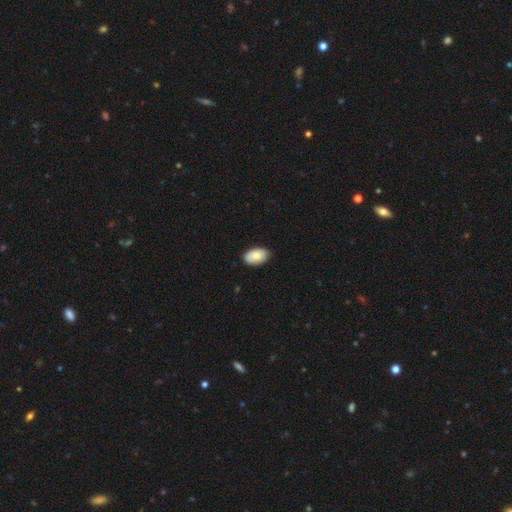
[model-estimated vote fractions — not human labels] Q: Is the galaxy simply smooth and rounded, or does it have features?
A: smooth — 83%.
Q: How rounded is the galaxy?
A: in between — 93%.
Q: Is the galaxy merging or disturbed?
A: none — 87%.